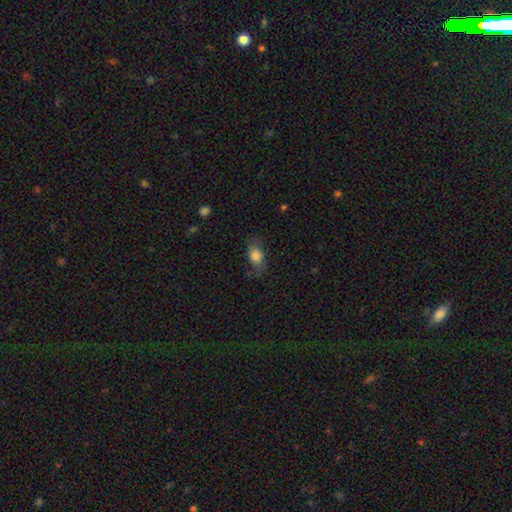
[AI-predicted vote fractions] A smooth galaxy with no disk features (80%) that is in between round and cigar-shaped (76%). Merging: none (68%).